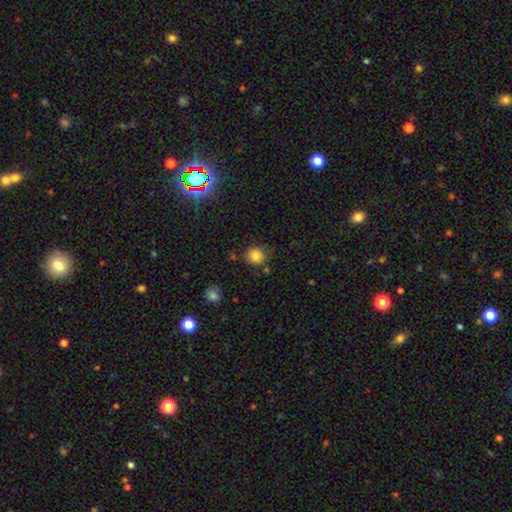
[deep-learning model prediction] smooth_or_featured: smooth (p=0.84) [alt: star or artifact p=0.11]
how_rounded: round (p=0.88) [alt: in between p=0.12]
merging: none (p=0.80) [alt: minor disturbance p=0.11]